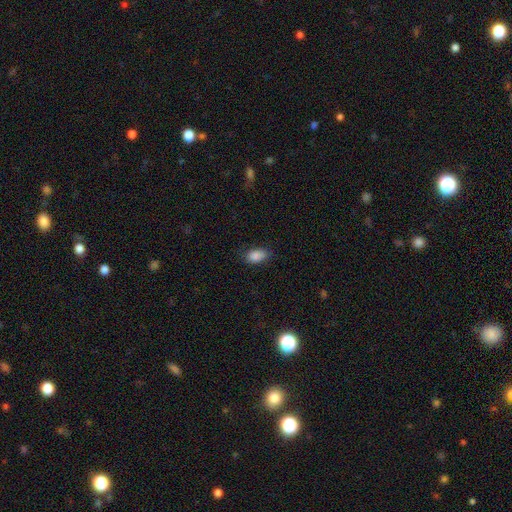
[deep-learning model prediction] smooth_or_featured: smooth (p=0.87) [alt: star or artifact p=0.09]
how_rounded: in between (p=0.90) [alt: round p=0.08]
merging: none (p=0.76) [alt: minor disturbance p=0.18]